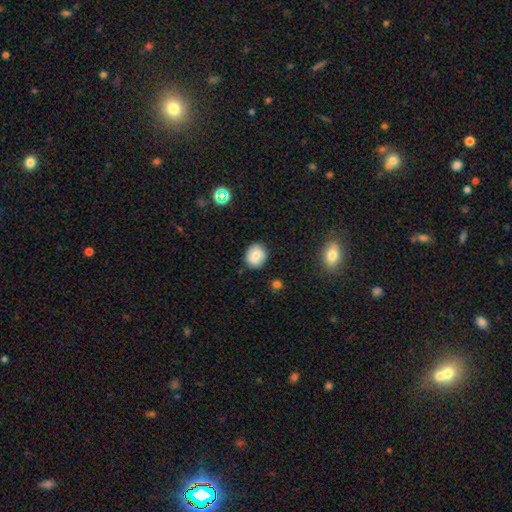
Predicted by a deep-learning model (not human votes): Smooth or featured: smooth — 70% (featured or disk — 20%)
How rounded: round — 71% (in between — 28%)
Merging: none — 82% (minor disturbance — 13%)